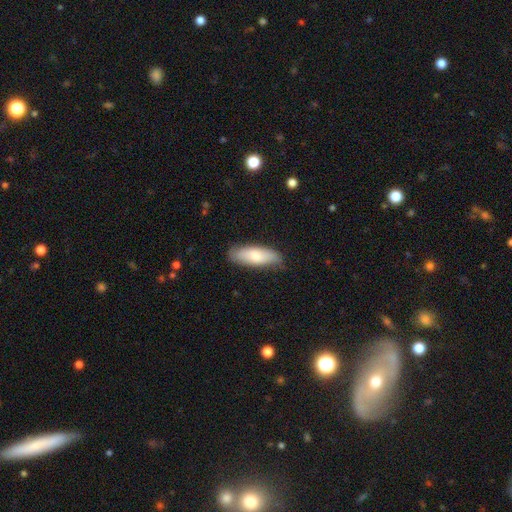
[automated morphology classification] A smooth galaxy with no disk features (75%) that is in between round and cigar-shaped (66%).

Vote fractions:
- Smooth or featured? smooth: 75% / featured or disk: 20% / star or artifact: 5%
- How rounded? in between: 66% / cigar-shaped: 32% / round: 2%
- Merging? none: 78% / minor disturbance: 18% / major disturbance: 3% / merger: 1%